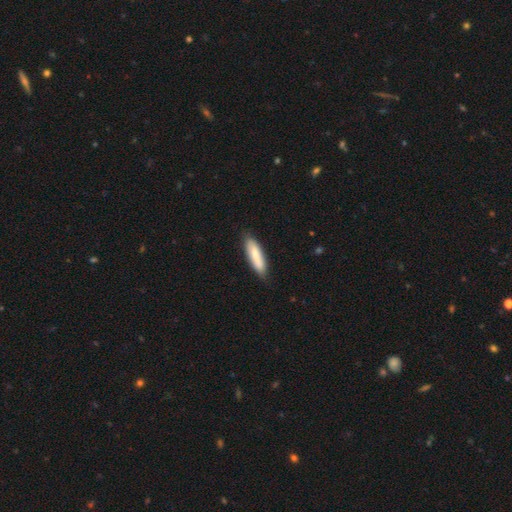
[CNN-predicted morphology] Overall: smooth (79%). How rounded: cigar-shaped (60%; in between 39%). Merging: none (80%).